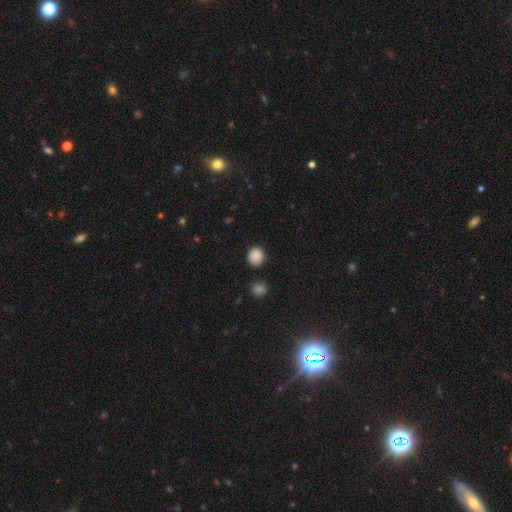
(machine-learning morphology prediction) type=smooth (88%); roundness=round (87%); merging=none (86%).